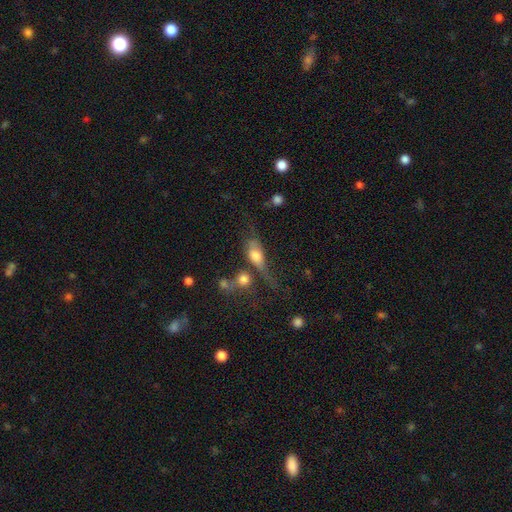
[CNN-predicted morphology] Smooth or featured: smooth — 64% (featured or disk — 25%)
How rounded: in between — 71% (cigar-shaped — 17%)
Merging: none — 29% (major disturbance — 26%)